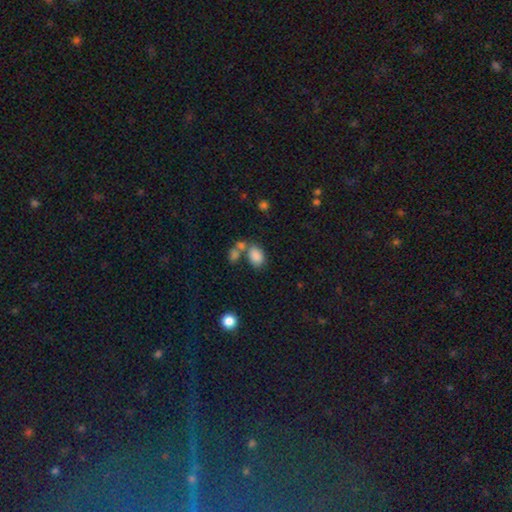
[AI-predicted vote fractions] smooth-or-featured: smooth: 83% | star or artifact: 10% | featured or disk: 6%
  how-rounded: in between: 82% | round: 16% | cigar-shaped: 1%
  merging: none: 49% | merger: 33% | minor disturbance: 13% | major disturbance: 6%